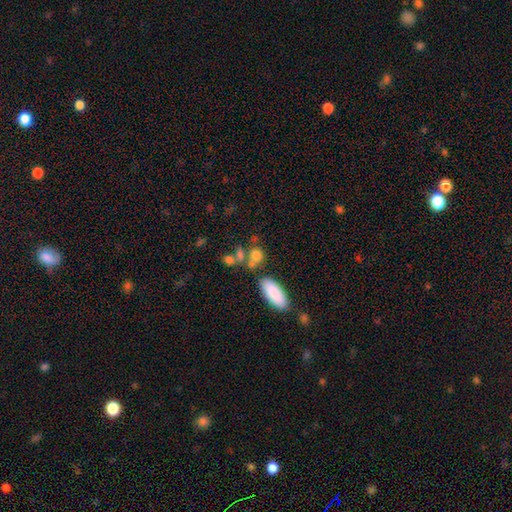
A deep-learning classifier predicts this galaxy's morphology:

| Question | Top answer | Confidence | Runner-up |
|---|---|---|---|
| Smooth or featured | smooth | 77% | featured or disk (12%) |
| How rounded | in between | 52% | round (41%) |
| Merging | none | 48% | merger (31%) |